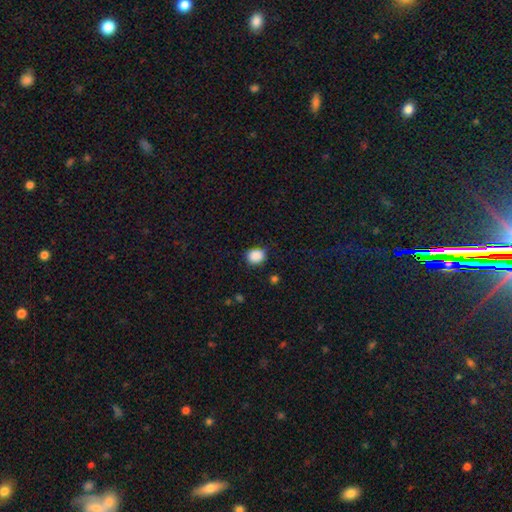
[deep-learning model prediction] Smooth or featured?
  - smooth: 88% *
  - star or artifact: 9%
  - featured or disk: 3%
How rounded?
  - round: 70% *
  - in between: 29%
  - cigar-shaped: 1%
Merging?
  - none: 78% *
  - minor disturbance: 16%
  - major disturbance: 4%
  - merger: 2%